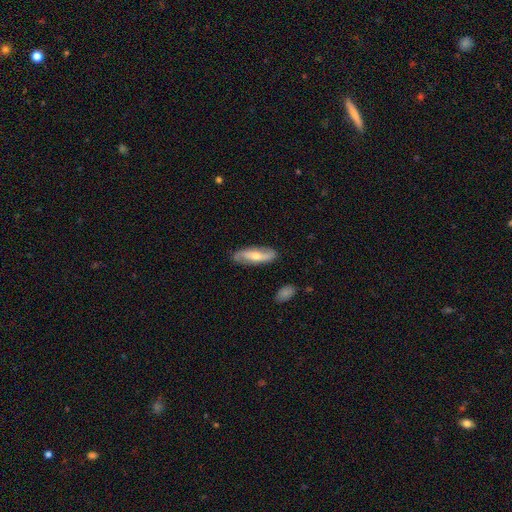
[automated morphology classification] smooth_or_featured: featured or disk (p=0.57) [alt: smooth p=0.37]
disk_edge_on: no (p=0.74) [alt: yes p=0.26]
merging: none (p=0.82) [alt: minor disturbance p=0.13]